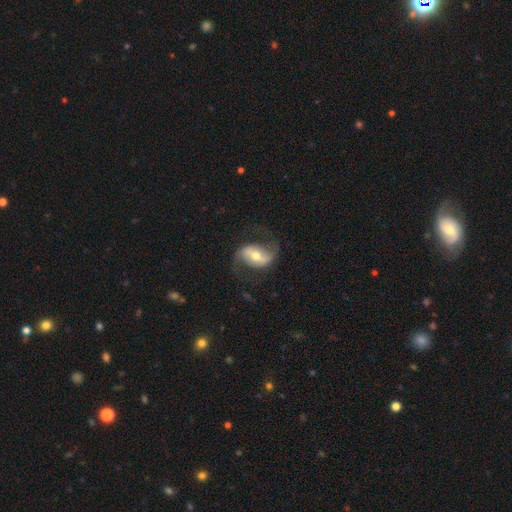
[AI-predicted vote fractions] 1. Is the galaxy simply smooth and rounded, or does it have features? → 80% featured or disk, 15% smooth, 6% star or artifact.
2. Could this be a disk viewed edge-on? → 96% no, 4% yes.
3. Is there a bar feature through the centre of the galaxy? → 43% strong, 37% weak, 21% no.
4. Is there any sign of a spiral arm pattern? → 93% yes, 7% no.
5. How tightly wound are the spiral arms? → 58% loose, 34% medium, 8% tight.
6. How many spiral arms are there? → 92% 2, 3% can't tell, 2% 1, 1% 3, 1% 4, 1% more than 4.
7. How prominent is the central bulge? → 61% moderate, 30% small, 6% large, 1% dominant, 1% none.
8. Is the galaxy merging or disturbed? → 73% none, 15% minor disturbance, 11% major disturbance, 1% merger.